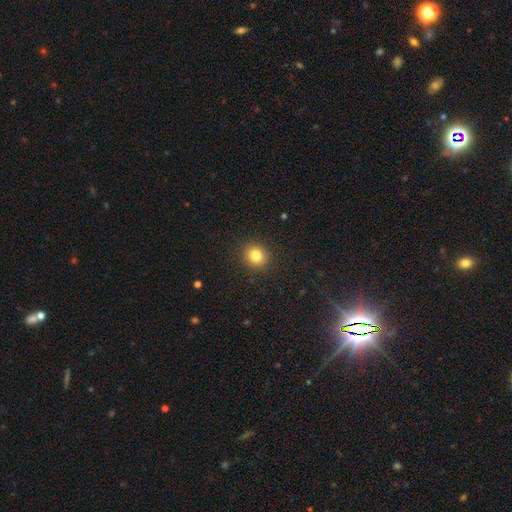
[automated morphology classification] Smooth or featured? smooth (82%)
How rounded? round (84%)
Merging? none (91%)